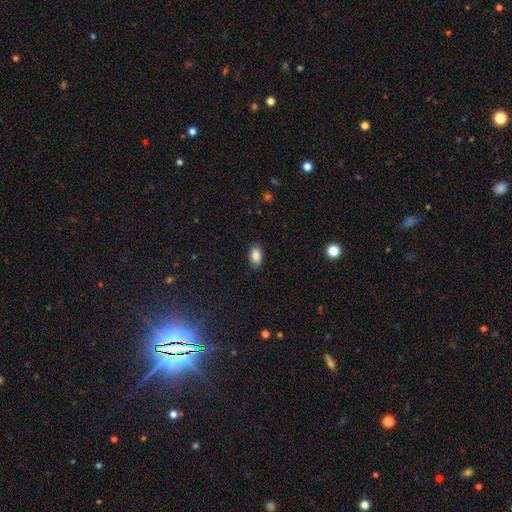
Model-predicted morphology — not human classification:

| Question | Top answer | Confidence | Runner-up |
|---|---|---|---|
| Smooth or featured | smooth | 87% | star or artifact (8%) |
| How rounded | in between | 92% | round (6%) |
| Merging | none | 88% | minor disturbance (9%) |